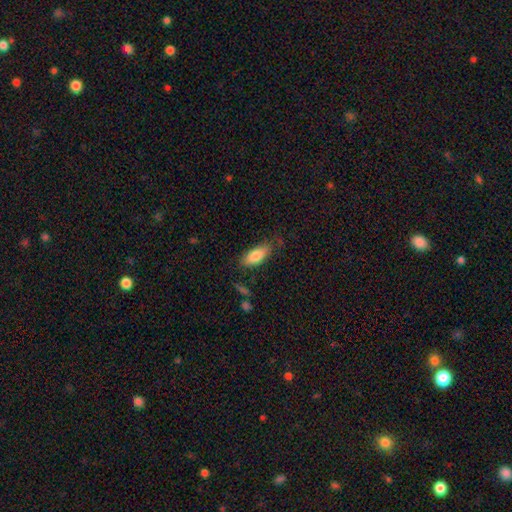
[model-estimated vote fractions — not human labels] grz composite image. It shows a smooth galaxy with no disk features (80%) that is in between round and cigar-shaped (81%). Merging: none (71%).